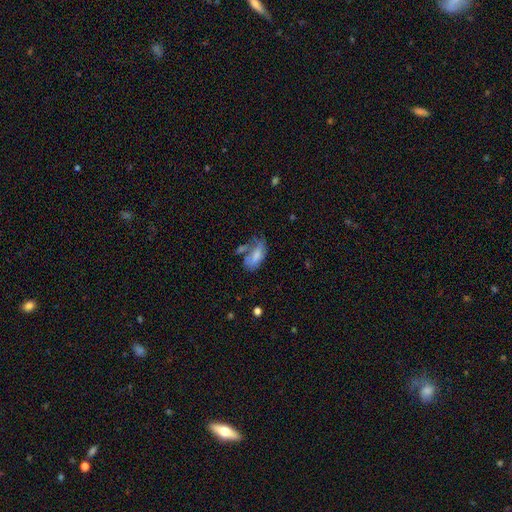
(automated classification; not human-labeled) A smooth galaxy with no disk features (68%) that is in between round and cigar-shaped (88%). Merging: none (31%).